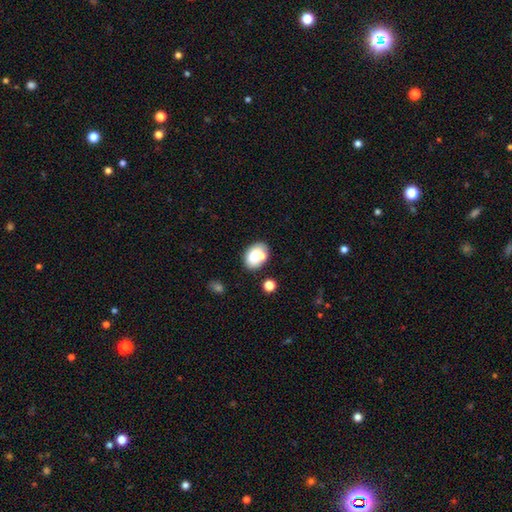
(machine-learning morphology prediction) A smooth galaxy with no disk features (77%) that is in between round and cigar-shaped (76%). Merging: none (58%).